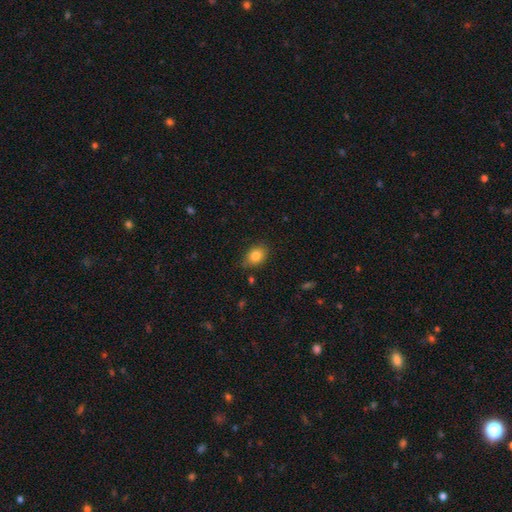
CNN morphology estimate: This appears to be a smooth galaxy with no disk features (83%) that is in between round and cigar-shaped (69%). Merging: none (79%).